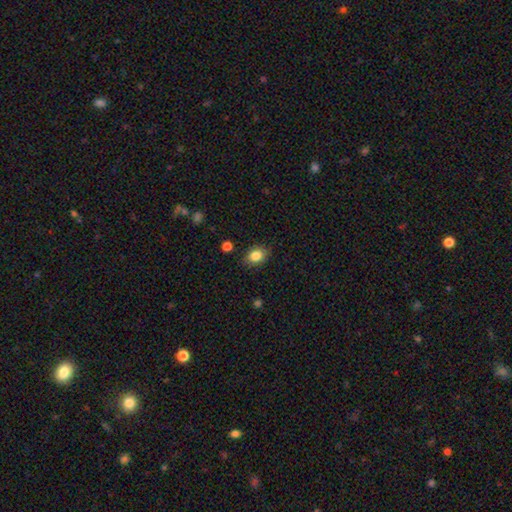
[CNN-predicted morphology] A smooth galaxy with no disk features (84%) that is in between round and cigar-shaped (63%). Merging: none (85%).